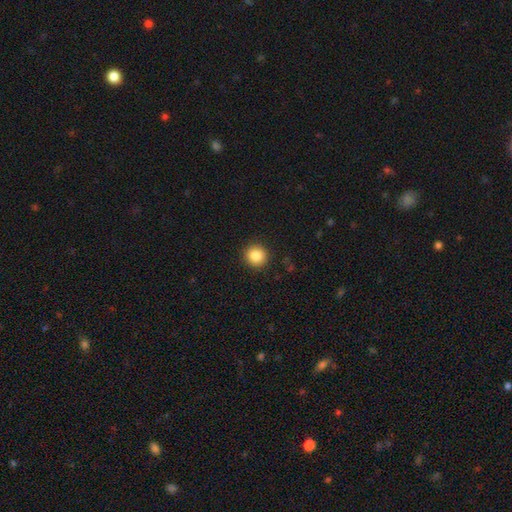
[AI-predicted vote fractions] smooth_or_featured: smooth (p=0.86) [alt: star or artifact p=0.10]
how_rounded: round (p=0.94) [alt: in between p=0.05]
merging: none (p=0.91) [alt: minor disturbance p=0.06]